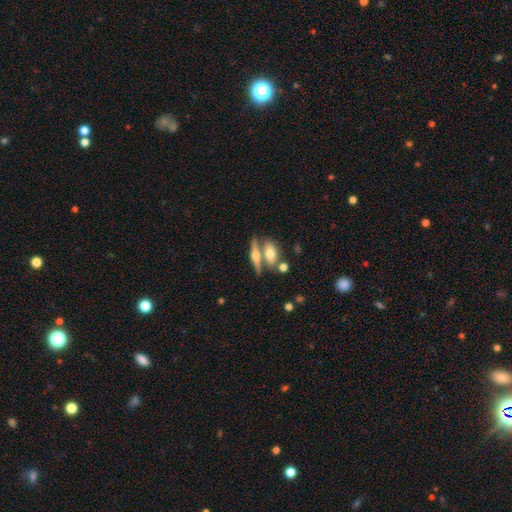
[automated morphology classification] smooth-or-featured: featured or disk: 54% | smooth: 38% | star or artifact: 7%
  disk-edge-on: yes: 90% | no: 10%
  merging: none: 53% | merger: 34% | minor disturbance: 9% | major disturbance: 4%